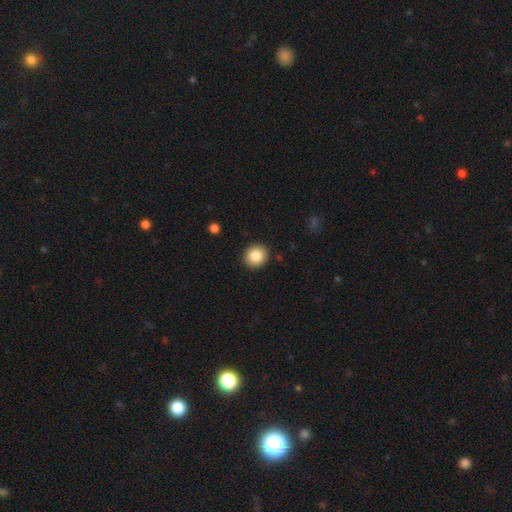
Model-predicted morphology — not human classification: This appears to be a smooth galaxy with no disk features (85%) that is round (81%). Merging: none (91%).